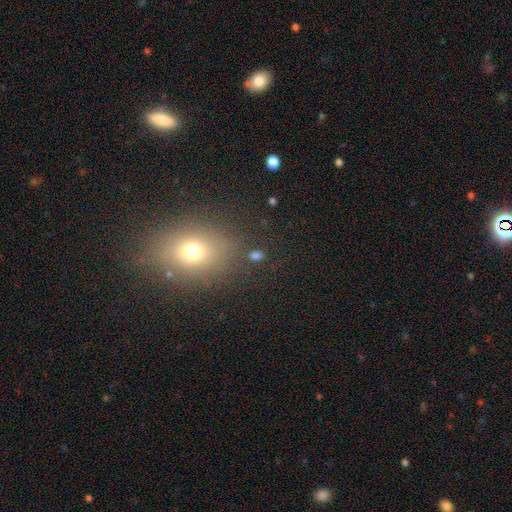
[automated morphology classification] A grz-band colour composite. It shows a smooth galaxy with no disk features (73%) that is in between round and cigar-shaped (63%). Merging: none (79%).